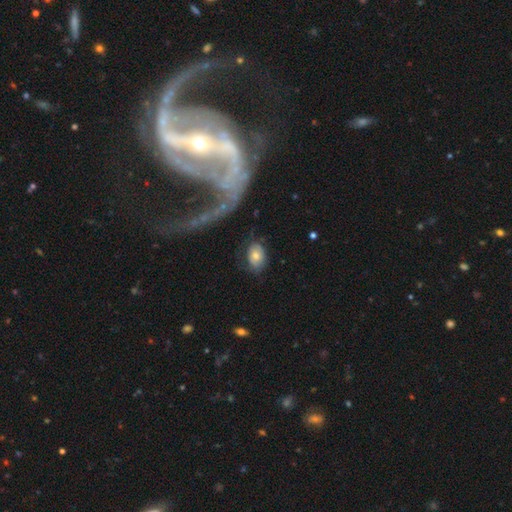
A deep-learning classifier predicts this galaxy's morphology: smooth 67%, featured or disk 25%, star or artifact 8%. Down the decision tree: how rounded — in between (81%); merging — none (67%).